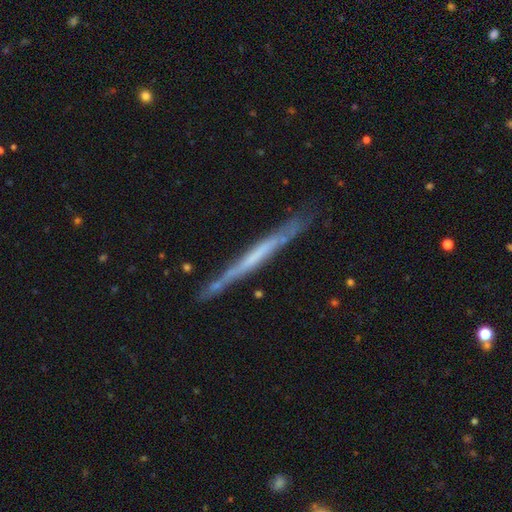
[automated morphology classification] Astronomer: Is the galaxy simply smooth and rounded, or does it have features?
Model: featured or disk — 64%.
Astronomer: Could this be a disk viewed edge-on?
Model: yes — 95%.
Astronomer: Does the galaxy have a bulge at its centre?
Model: none — 81%.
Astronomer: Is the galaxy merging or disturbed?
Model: none — 80%.